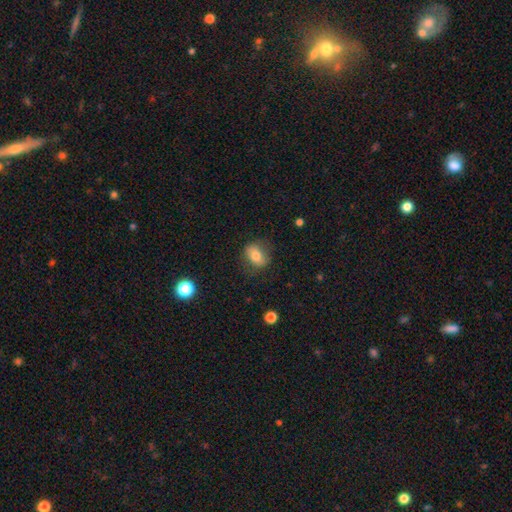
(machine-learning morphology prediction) This is likely a smooth galaxy (69%). How rounded: likely in between (64%). Merging: likely none (76%).